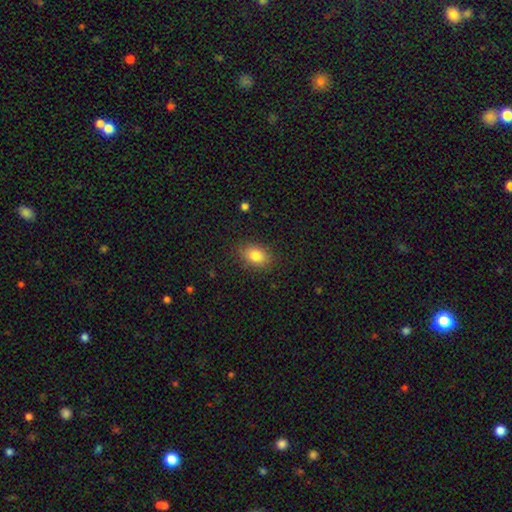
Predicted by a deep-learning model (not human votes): A smooth galaxy with no disk features (83%) that is in between round and cigar-shaped (80%). Merging: none (85%).